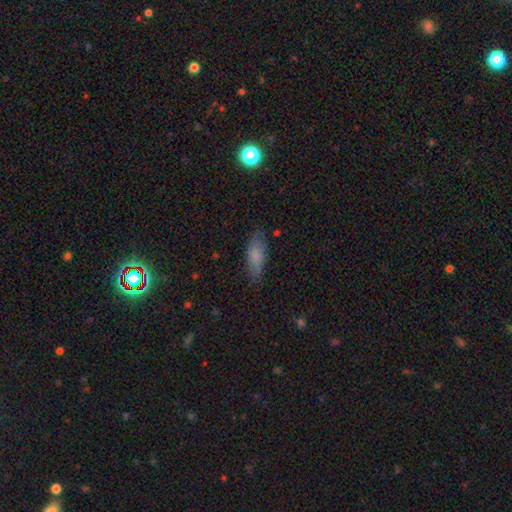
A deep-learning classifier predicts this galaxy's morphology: smooth-or-featured: smooth: 77% | featured or disk: 15% | star or artifact: 8%
  how-rounded: in between: 66% | cigar-shaped: 31% | round: 2%
  merging: none: 76% | minor disturbance: 18% | major disturbance: 5% | merger: 1%